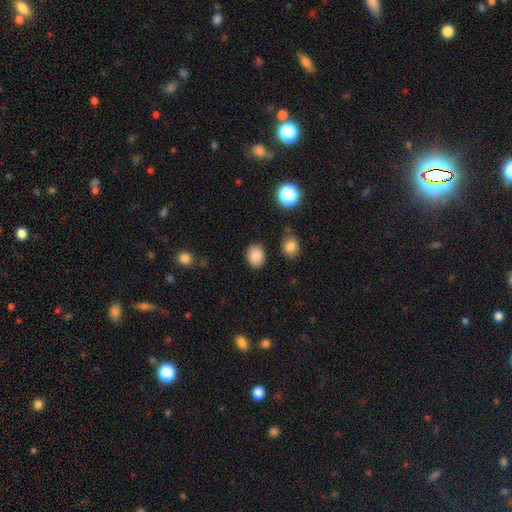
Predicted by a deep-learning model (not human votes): smooth_or_featured: smooth (p=0.86) [alt: star or artifact p=0.09]
how_rounded: in between (p=0.58) [alt: round p=0.41]
merging: none (p=0.85) [alt: minor disturbance p=0.10]